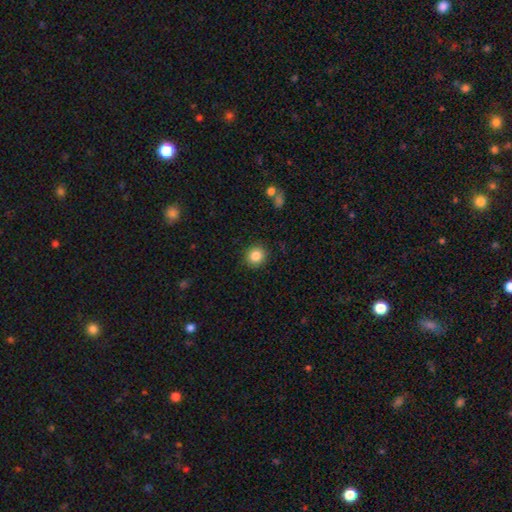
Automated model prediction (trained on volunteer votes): This appears to be a smooth galaxy with no disk features (85%) that is round (88%). Merging: none (91%).